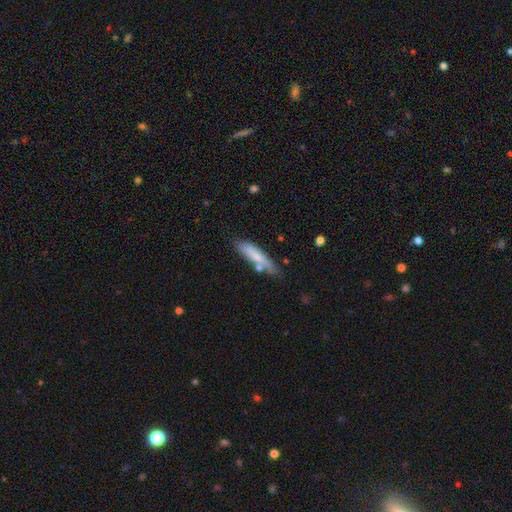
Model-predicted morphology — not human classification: A smooth galaxy with no disk features (69%) that is cigar-shaped (78%). Merging: none (70%).